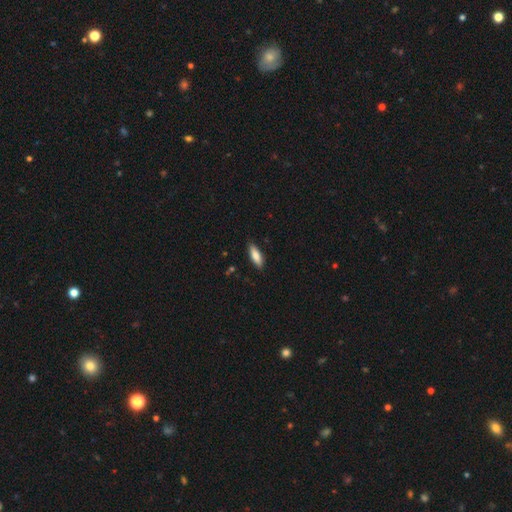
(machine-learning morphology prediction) smooth_or_featured: smooth (p=0.78) [alt: featured or disk p=0.16]
how_rounded: in between (p=0.56) [alt: cigar-shaped p=0.42]
merging: none (p=0.87) [alt: minor disturbance p=0.10]